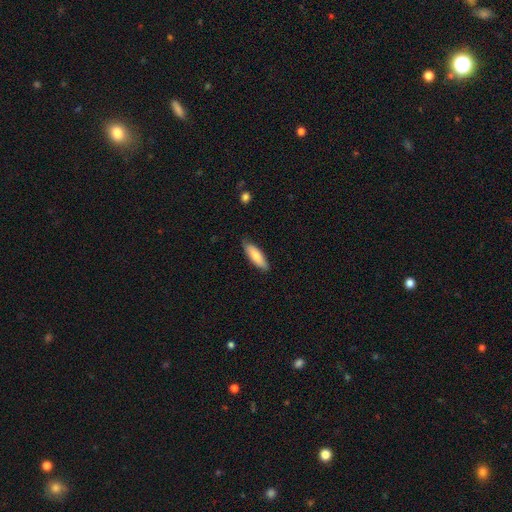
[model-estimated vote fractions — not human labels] Smooth or featured? Predicted: smooth (p=0.79). How rounded? Predicted: in between (p=0.50). Merging? Predicted: none (p=0.83).